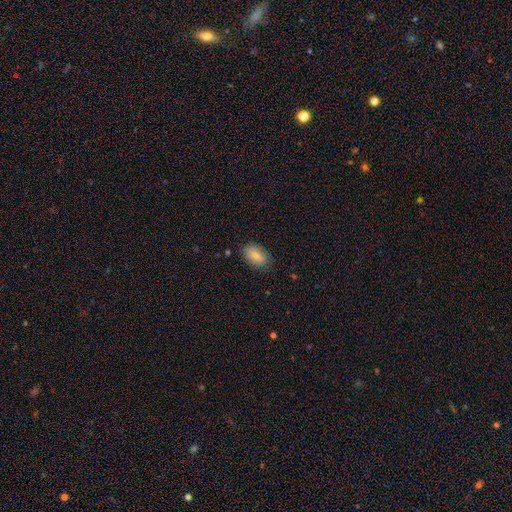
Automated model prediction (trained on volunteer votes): A smooth galaxy with no disk features (78%) that is in between round and cigar-shaped (89%). Merging: none (81%).